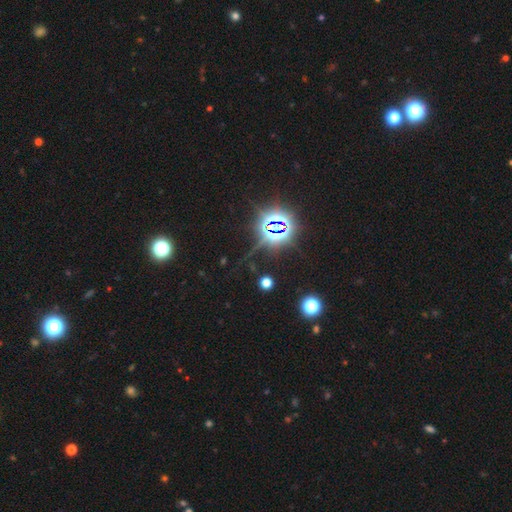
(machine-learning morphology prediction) smooth_or_featured: star or artifact (p=0.82) [alt: smooth p=0.11]